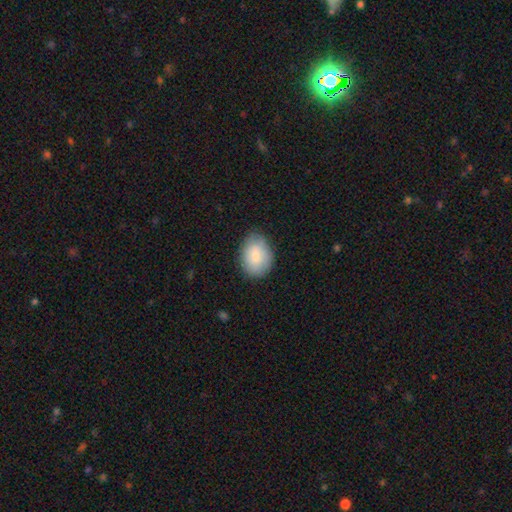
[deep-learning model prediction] Morphology: type=smooth (83%); roundness=in between (74%); merging=none (80%).